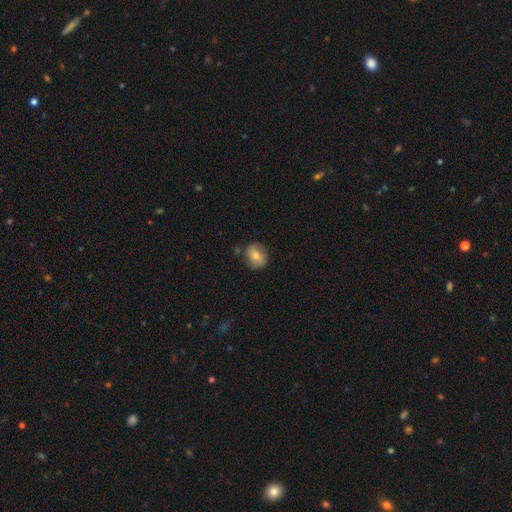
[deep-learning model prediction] Smooth or featured? Predicted: smooth (p=0.67). How rounded? Predicted: round (p=0.70). Merging? Predicted: none (p=0.73).